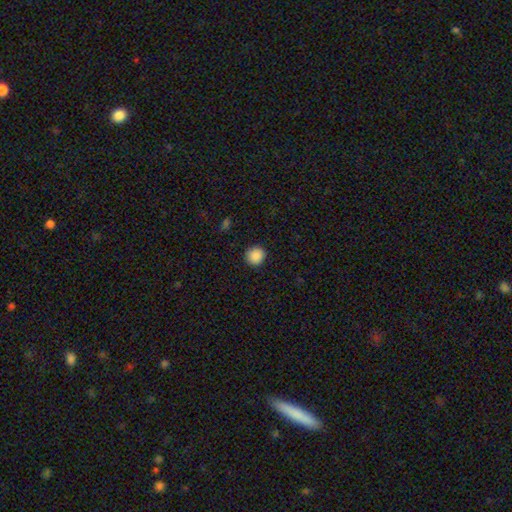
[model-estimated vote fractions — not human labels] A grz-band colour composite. It shows a smooth galaxy with no disk features (89%) that is round (92%). Merging: none (91%).